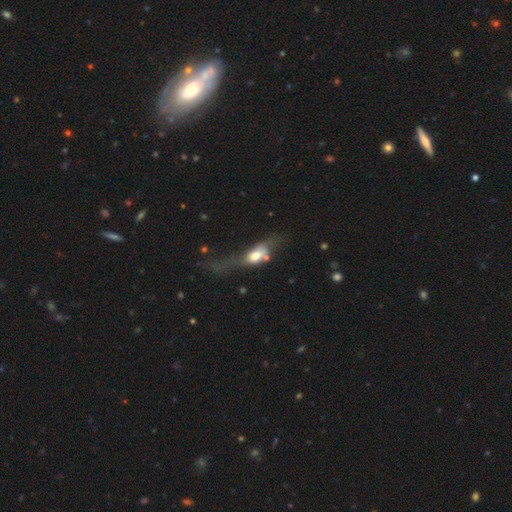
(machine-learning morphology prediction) smooth 56%, featured or disk 35%, star or artifact 8%. Down the decision tree: how rounded — in between (77%); merging — major disturbance (48%).